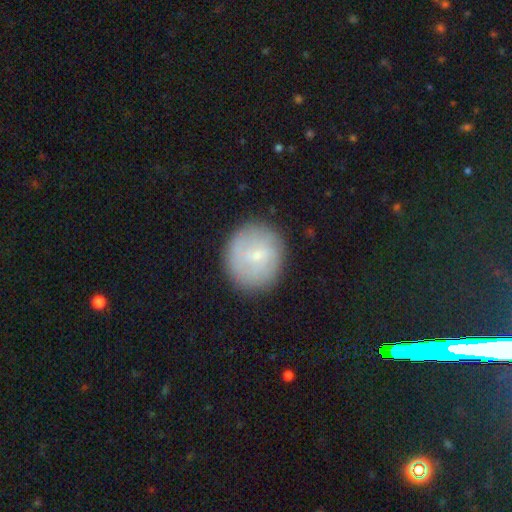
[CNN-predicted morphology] smooth_or_featured: smooth (p=0.55) [alt: featured or disk p=0.37]
how_rounded: round (p=0.87) [alt: in between p=0.12]
merging: none (p=0.85) [alt: minor disturbance p=0.10]